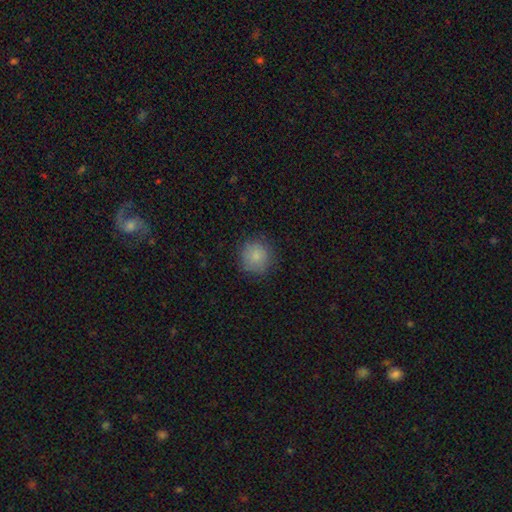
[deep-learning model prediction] A smooth galaxy with no disk features (84%) that is round (93%).

Vote fractions:
- Smooth or featured? smooth: 84% / star or artifact: 9% / featured or disk: 7%
- How rounded? round: 93% / in between: 6% / cigar-shaped: 1%
- Merging? none: 83% / minor disturbance: 12% / major disturbance: 4% / merger: 1%